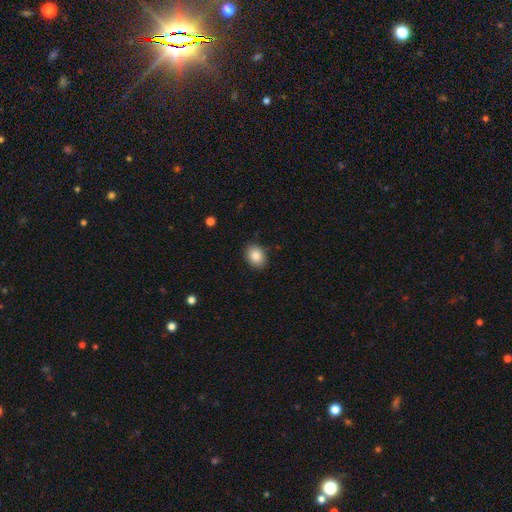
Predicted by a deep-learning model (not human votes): Smooth or featured: smooth — 86% (star or artifact — 8%)
How rounded: in between — 58% (round — 42%)
Merging: none — 88% (minor disturbance — 9%)